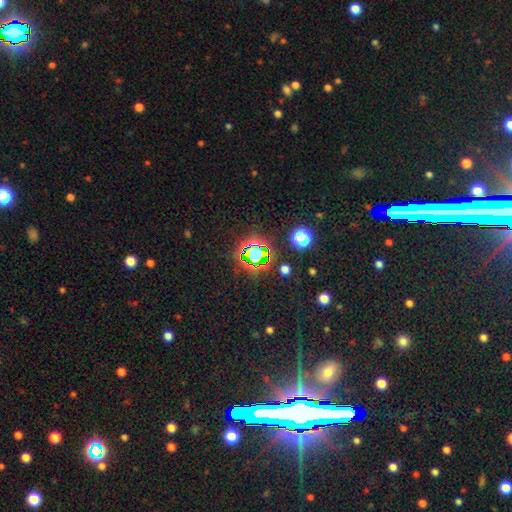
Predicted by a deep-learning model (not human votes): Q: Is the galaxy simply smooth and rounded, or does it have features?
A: star or artifact — 69%.